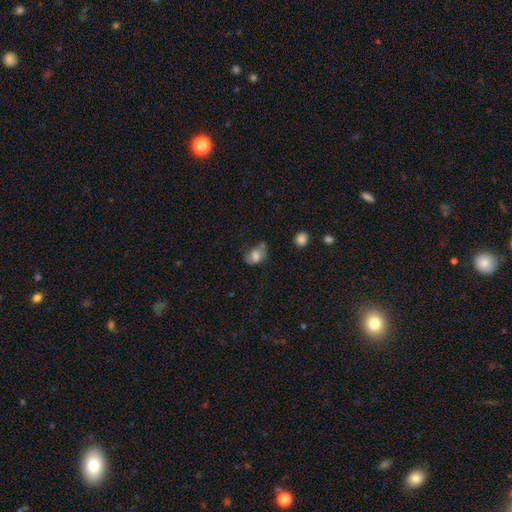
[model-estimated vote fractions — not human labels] The model was most divided on "merging": none: 39%, minor disturbance: 34%, major disturbance: 18%, merger: 9%. More confident: smooth or featured — smooth (71%); how rounded — in between (70%).